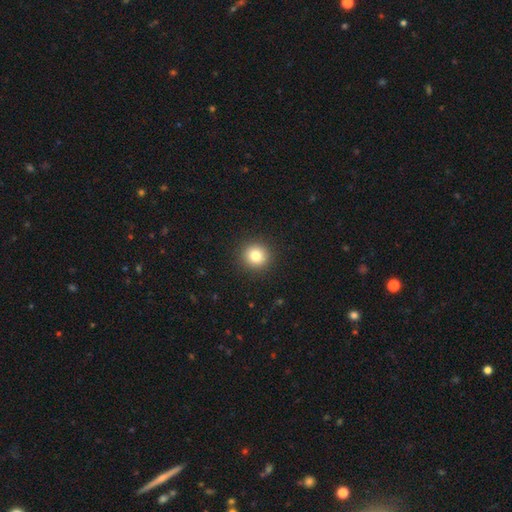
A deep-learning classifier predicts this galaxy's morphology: Smooth or featured: smooth — 81% (star or artifact — 11%)
How rounded: round — 94% (in between — 5%)
Merging: none — 92% (minor disturbance — 5%)